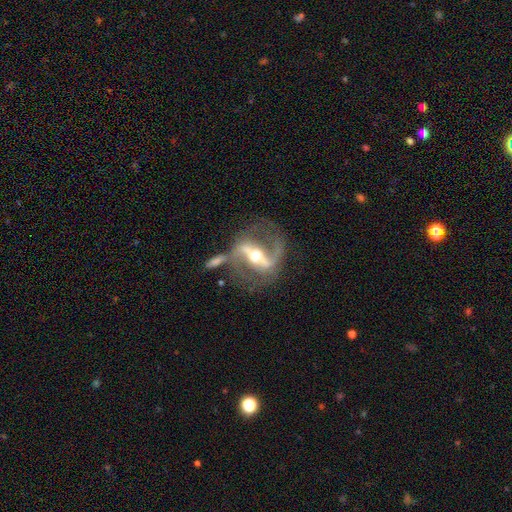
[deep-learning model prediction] Smooth or featured?
  - featured or disk: 89% *
  - smooth: 6%
  - star or artifact: 5%
Edge-on disk?
  - no: 90% *
  - yes: 10%
Bar?
  - strong: 73% *
  - weak: 19%
  - no: 9%
Spiral arms?
  - yes: 90% *
  - no: 10%
Spiral winding?
  - medium: 47% *
  - loose: 37%
  - tight: 16%
Spiral arm count?
  - 2: 88% *
  - 1: 5%
  - can't tell: 4%
  - 3: 1%
  - 4: 1%
  - more than 4: 1%
Bulge size?
  - moderate: 71% *
  - small: 16%
  - large: 11%
  - dominant: 1%
  - none: 1%
Merging?
  - none: 59% *
  - minor disturbance: 15%
  - major disturbance: 14%
  - merger: 12%